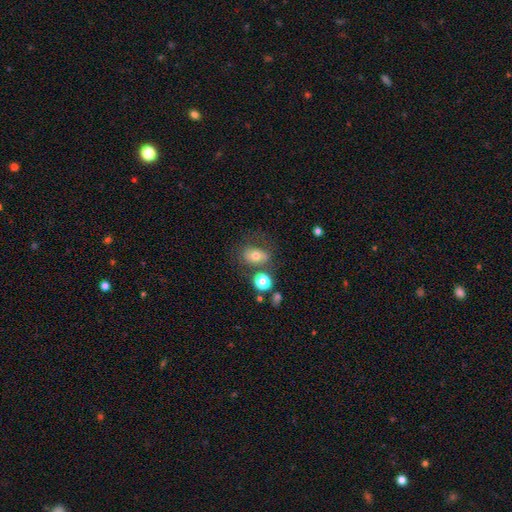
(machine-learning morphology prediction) type=smooth (62%); roundness=in between (60%); merging=none (57%).